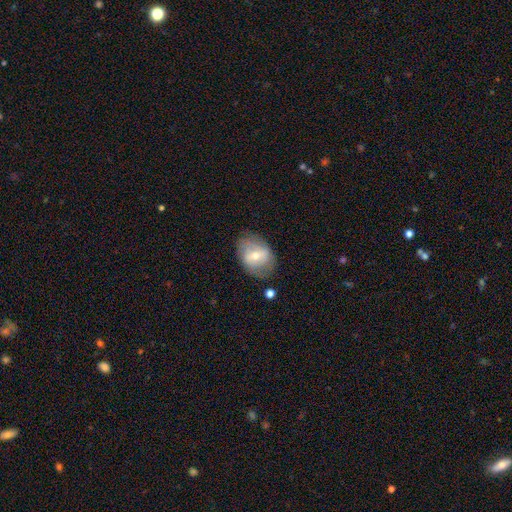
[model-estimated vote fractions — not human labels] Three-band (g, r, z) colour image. It shows a smooth galaxy with no disk features (47%). Merging: none (72%).